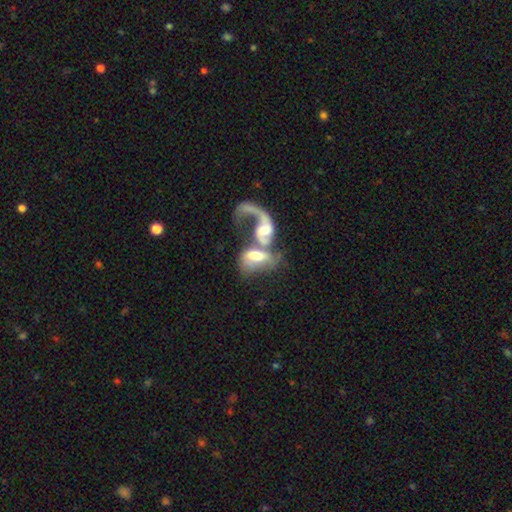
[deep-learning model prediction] A featured or disk galaxy (60%) with no bar (45%), spiral arms (71%) and a moderate central bulge (42%). Merging: merger (74%).